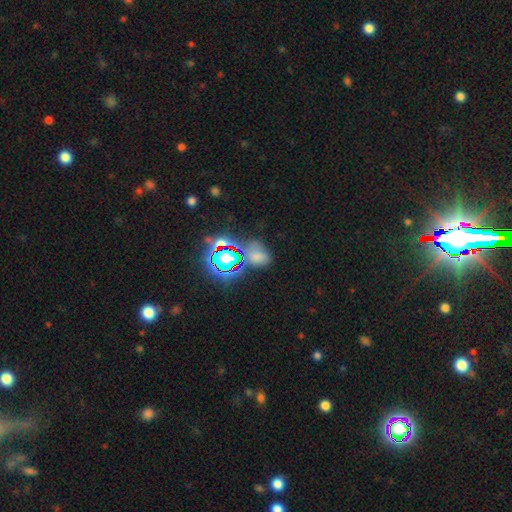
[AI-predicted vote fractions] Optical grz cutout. It shows a smooth galaxy with no disk features (51%) that is in between round and cigar-shaped (70%). Merging: none (54%).